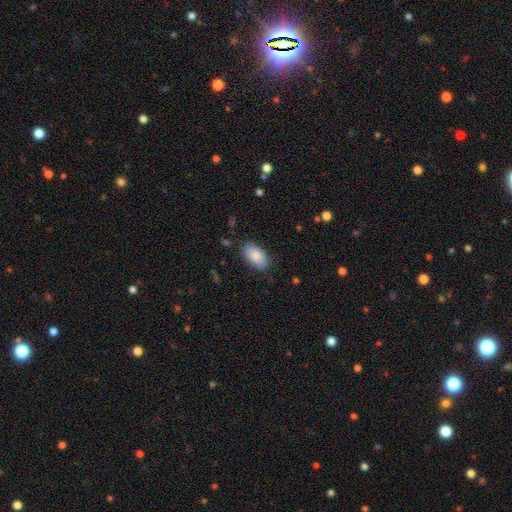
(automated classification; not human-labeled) The model was most divided on "merging": none: 84%, minor disturbance: 12%, major disturbance: 3%, merger: 1%. More confident: how rounded — in between (94%); smooth or featured — smooth (85%).